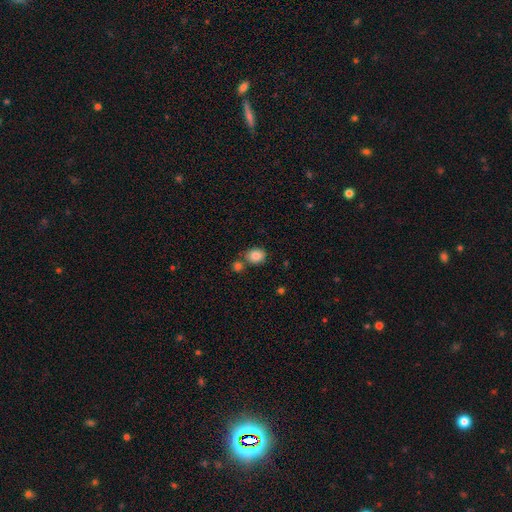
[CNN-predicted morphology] smooth 86%, star or artifact 9%, featured or disk 6%. Down the decision tree: how rounded — round (53%); merging — none (62%).